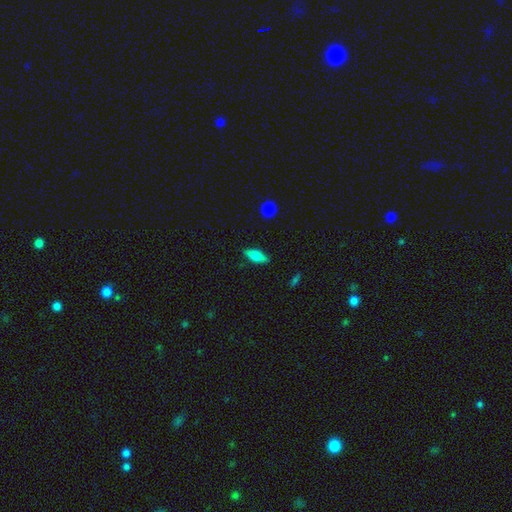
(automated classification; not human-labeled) smooth-or-featured: smooth: 64% | featured or disk: 29% | star or artifact: 7%
  how-rounded: in between: 61% | cigar-shaped: 37% | round: 3%
  merging: none: 86% | minor disturbance: 11% | major disturbance: 2% | merger: 1%